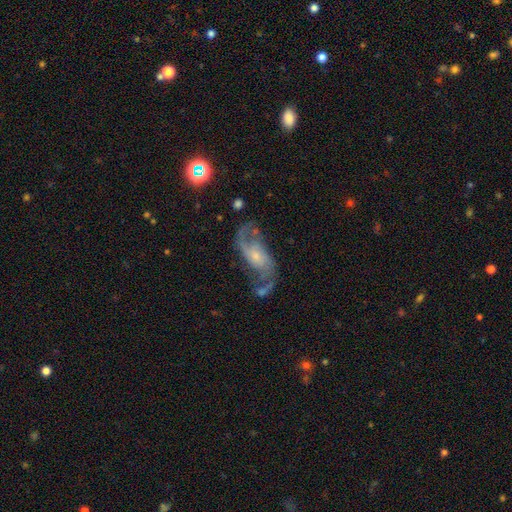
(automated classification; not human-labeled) featured or disk 83%, smooth 9%, star or artifact 8%. Down the decision tree: edge-on disk — no (95%); bar — no (60%); spiral arms — yes (94%); spiral arm count — 2 (88%); spiral winding — loose (52%); bulge size — small (61%); merging — none (59%).